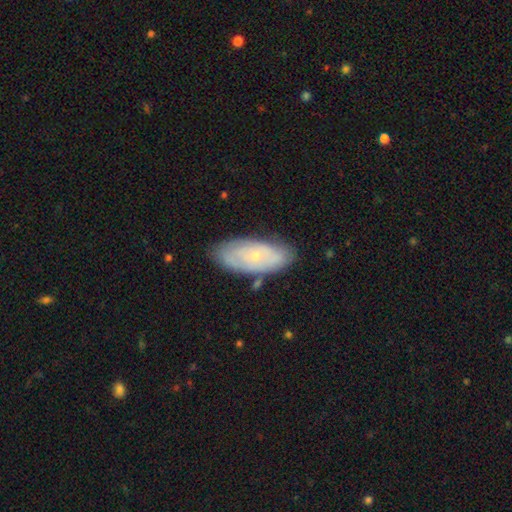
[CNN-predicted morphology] Smooth or featured? Predicted: featured or disk (p=0.57). Edge-on disk? Predicted: no (p=0.89). Bar? Predicted: no (p=0.85). Spiral arms? Predicted: yes (p=0.61). Bulge size? Predicted: small (p=0.80). Merging? Predicted: none (p=0.77).